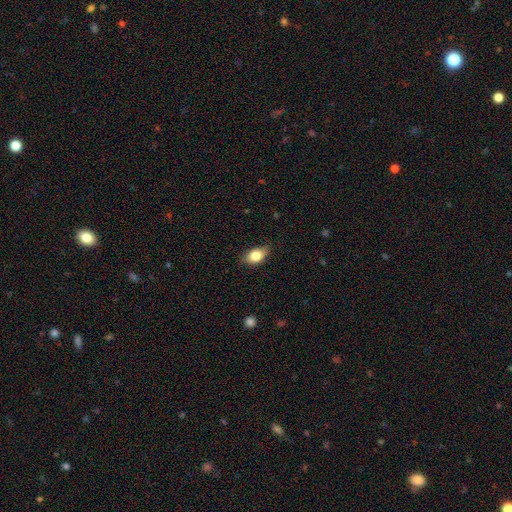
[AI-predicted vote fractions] Smooth or featured? Predicted: smooth (p=0.78). How rounded? Predicted: in between (p=0.83). Merging? Predicted: none (p=0.77).